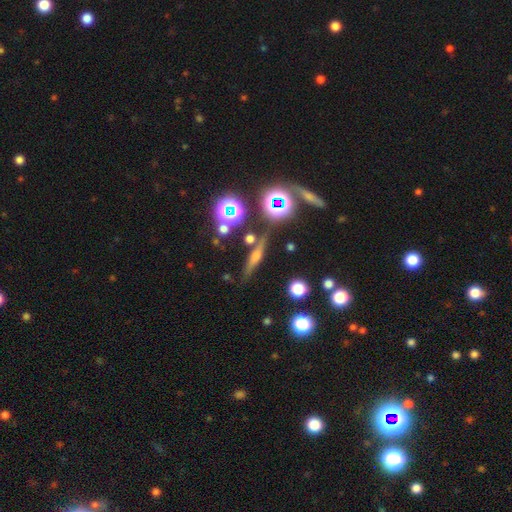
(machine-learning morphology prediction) A featured or disk galaxy (52%) viewed edge-on (91%). Merging: none (81%).